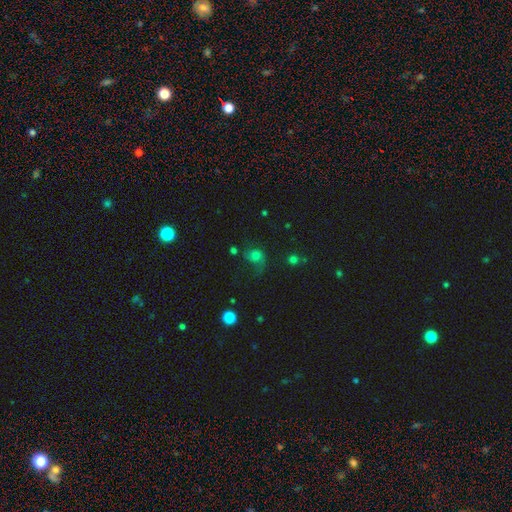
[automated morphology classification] A smooth galaxy with no disk features (55%) that is round (63%).

Vote fractions:
- Smooth or featured? smooth: 55% / featured or disk: 28% / star or artifact: 17%
- How rounded? round: 63% / in between: 36% / cigar-shaped: 1%
- Merging? none: 38% / major disturbance: 34% / minor disturbance: 23% / merger: 5%